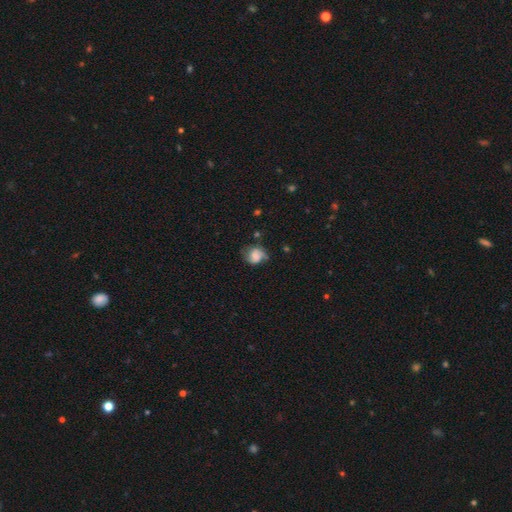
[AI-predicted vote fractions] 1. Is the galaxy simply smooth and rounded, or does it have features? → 51% smooth, 39% featured or disk, 9% star or artifact.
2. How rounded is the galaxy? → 63% round, 36% in between, 1% cigar-shaped.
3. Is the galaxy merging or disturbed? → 55% none, 30% minor disturbance, 12% major disturbance, 3% merger.